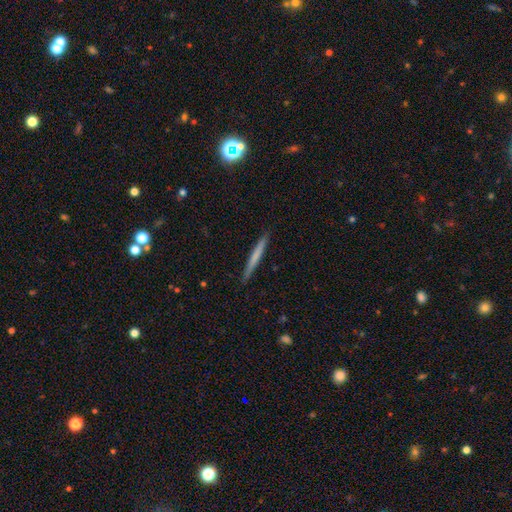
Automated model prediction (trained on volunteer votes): Smooth or featured? Predicted: smooth (p=0.59). How rounded? Predicted: cigar-shaped (p=0.97). Merging? Predicted: none (p=0.91).